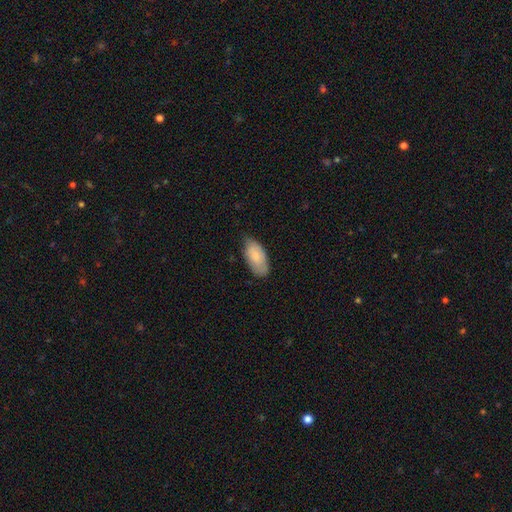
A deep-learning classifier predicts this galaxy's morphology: This appears to be a smooth galaxy with no disk features (80%) that is in between round and cigar-shaped (94%). Merging: none (66%).